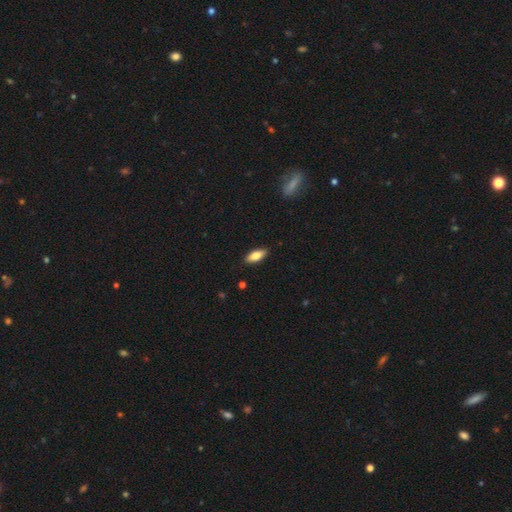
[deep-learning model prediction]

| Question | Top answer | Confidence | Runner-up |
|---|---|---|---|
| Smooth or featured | smooth | 79% | featured or disk (15%) |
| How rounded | in between | 78% | cigar-shaped (20%) |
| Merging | none | 89% | minor disturbance (9%) |